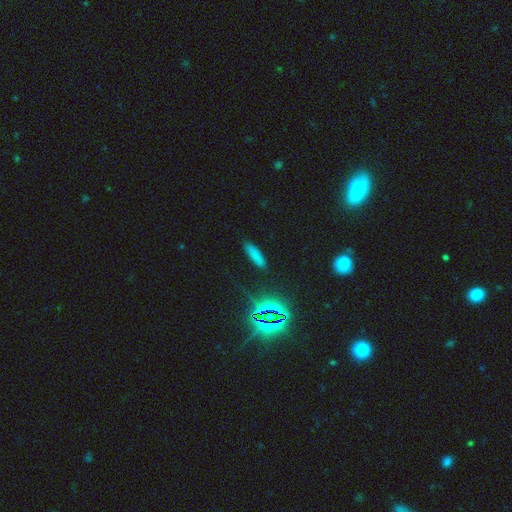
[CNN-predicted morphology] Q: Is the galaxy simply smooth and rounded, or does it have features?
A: smooth — 73%.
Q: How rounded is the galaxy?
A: cigar-shaped — 64%.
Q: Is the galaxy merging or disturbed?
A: none — 84%.